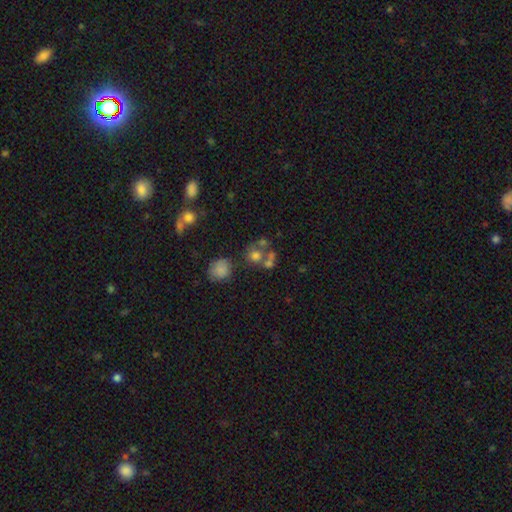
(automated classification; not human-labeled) Smooth or featured? Predicted: smooth (p=0.63). How rounded? Predicted: round (p=0.79). Merging? Predicted: none (p=0.41).